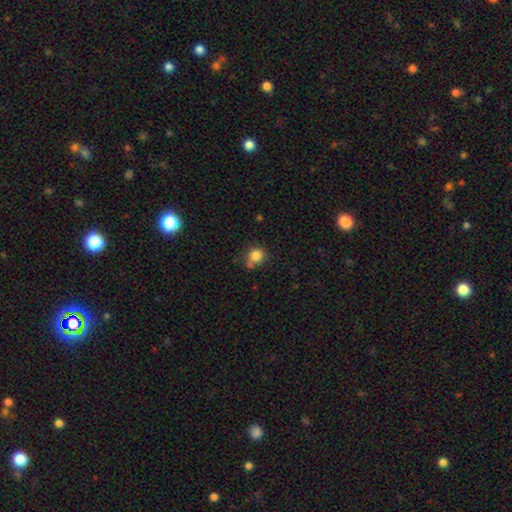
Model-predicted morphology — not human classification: Smooth or featured? Predicted: smooth (p=0.82). How rounded? Predicted: round (p=0.81). Merging? Predicted: none (p=0.62).